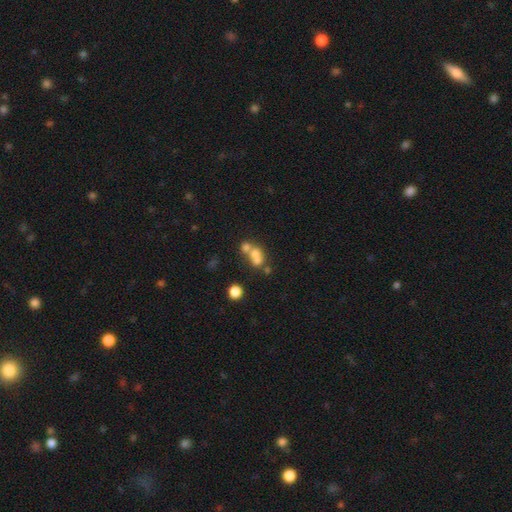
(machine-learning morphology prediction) smooth-or-featured: smooth: 60% | featured or disk: 24% | star or artifact: 15%
  how-rounded: round: 61% | in between: 37% | cigar-shaped: 2%
  merging: merger: 59% | none: 28% | minor disturbance: 7% | major disturbance: 6%